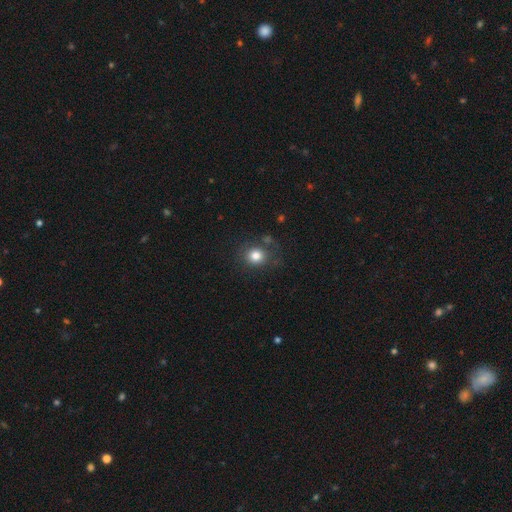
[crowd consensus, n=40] Morphology: type=smooth (80%); roundness=round (94%); merging=none (71%).